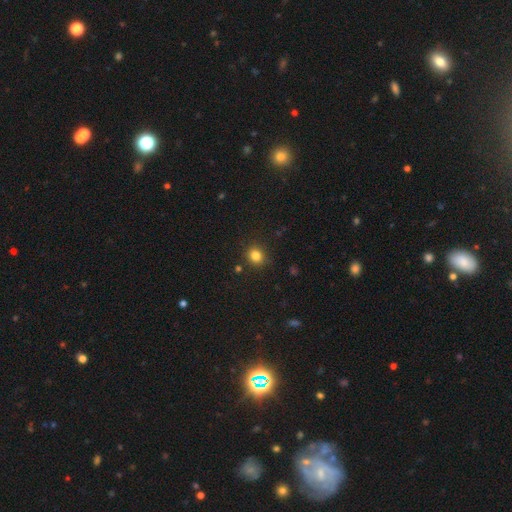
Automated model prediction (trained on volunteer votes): Smooth or featured? smooth (82%)
How rounded? round (75%)
Merging? none (86%)